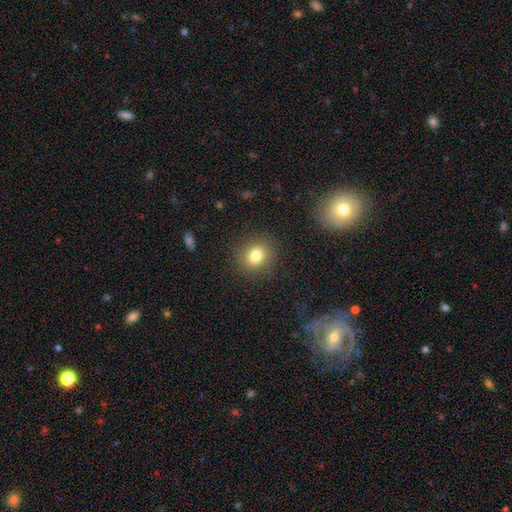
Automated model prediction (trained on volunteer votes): Smooth or featured?
  - smooth: 80% *
  - star or artifact: 12%
  - featured or disk: 9%
How rounded?
  - round: 69% *
  - in between: 30%
  - cigar-shaped: 1%
Merging?
  - none: 88% *
  - minor disturbance: 8%
  - major disturbance: 3%
  - merger: 1%